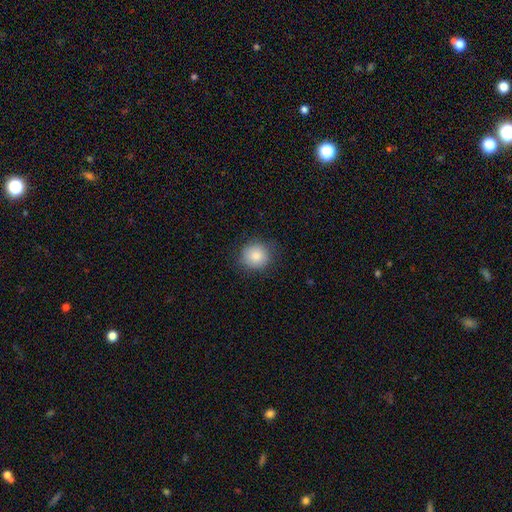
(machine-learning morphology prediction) Smooth or featured? smooth (85%)
How rounded? round (86%)
Merging? none (83%)